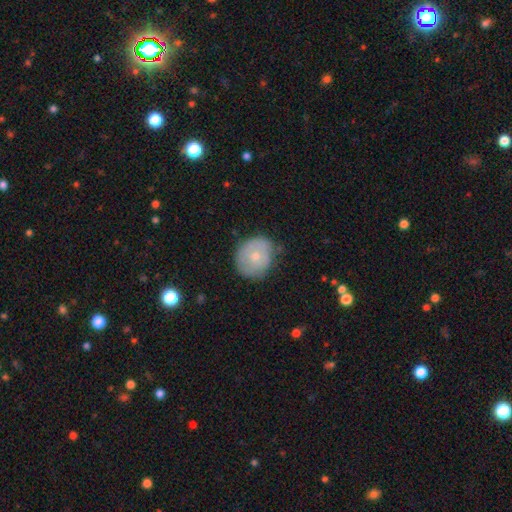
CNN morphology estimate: Overall: smooth (65%; featured or disk 28%). How rounded: round (75%). Merging: none (66%; minor disturbance 26%).